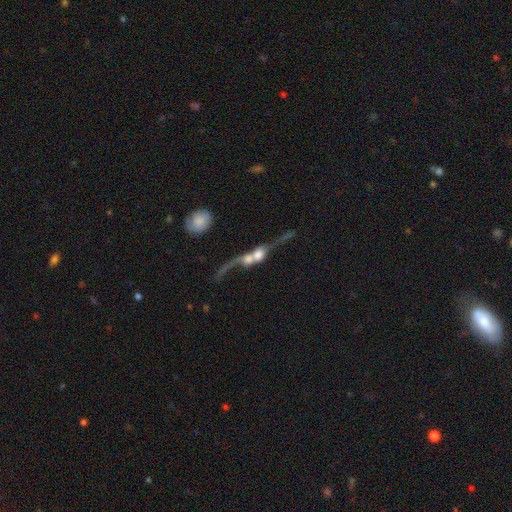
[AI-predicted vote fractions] Smooth or featured?
  - featured or disk: 62% *
  - smooth: 28%
  - star or artifact: 10%
Edge-on disk?
  - no: 58% *
  - yes: 42%
Merging?
  - merger: 68% *
  - none: 14%
  - major disturbance: 11%
  - minor disturbance: 6%